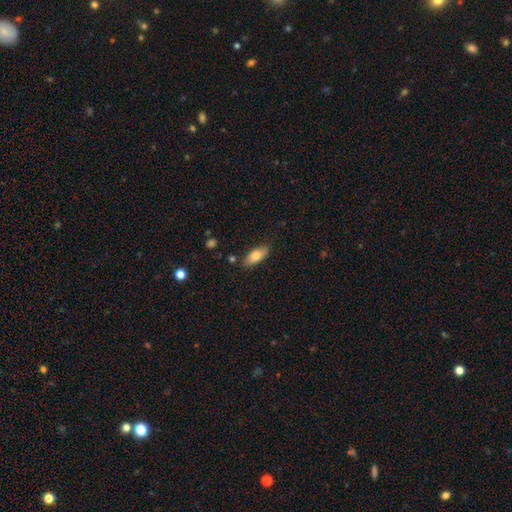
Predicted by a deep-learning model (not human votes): A smooth galaxy with no disk features (78%) that is in between round and cigar-shaped (78%). Merging: none (82%).